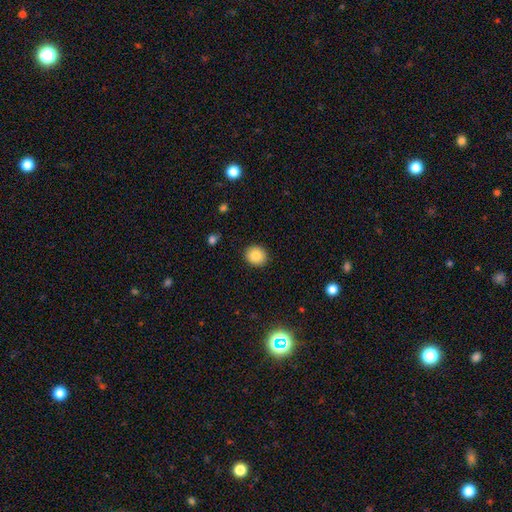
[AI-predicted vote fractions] smooth_or_featured: smooth (p=0.86) [alt: star or artifact p=0.09]
how_rounded: round (p=0.80) [alt: in between p=0.19]
merging: none (p=0.90) [alt: minor disturbance p=0.07]